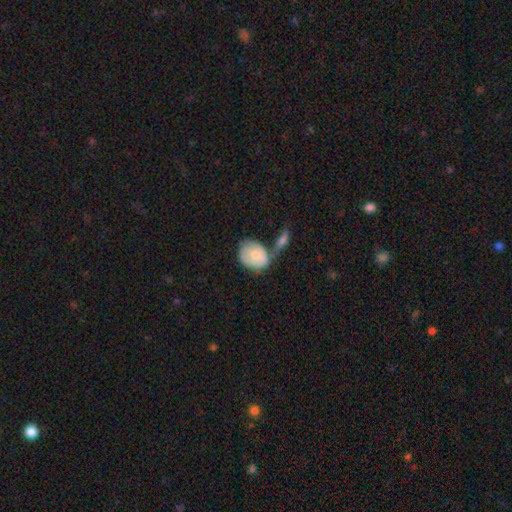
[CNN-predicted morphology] A smooth galaxy with no disk features (69%) that is in between round and cigar-shaped (56%). Merging: merger (38%).